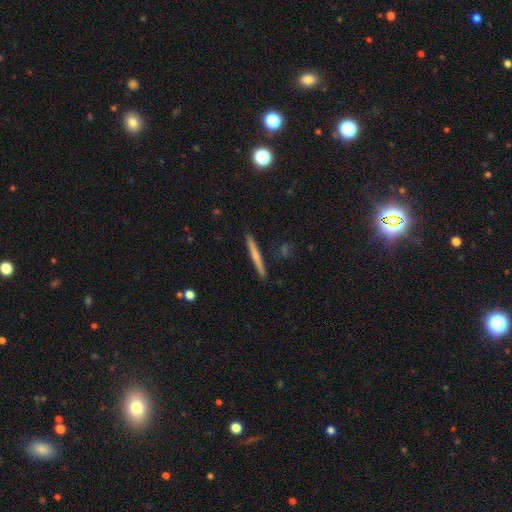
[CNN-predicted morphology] Smooth or featured?
  - smooth: 52% *
  - featured or disk: 42%
  - star or artifact: 6%
How rounded?
  - cigar-shaped: 96% *
  - in between: 2%
  - round: 2%
Merging?
  - none: 91% *
  - minor disturbance: 6%
  - merger: 2%
  - major disturbance: 1%